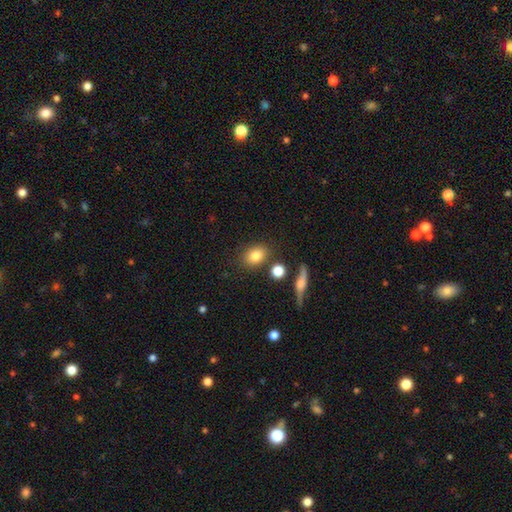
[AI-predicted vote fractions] smooth 80%, featured or disk 11%, star or artifact 9%. Down the decision tree: how rounded — in between (63%); merging — none (77%).